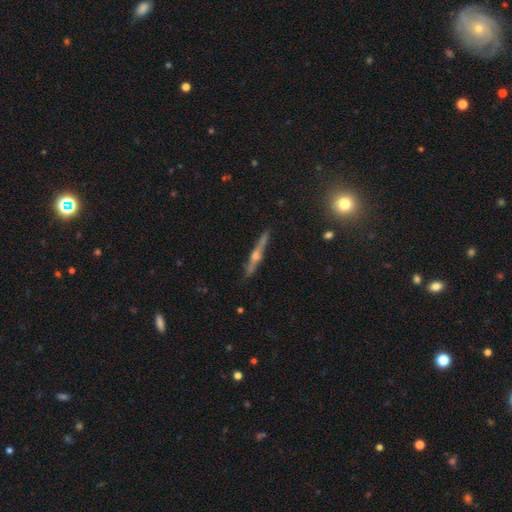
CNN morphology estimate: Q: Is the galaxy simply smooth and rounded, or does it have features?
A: featured or disk — 80%.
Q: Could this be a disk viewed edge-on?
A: yes — 97%.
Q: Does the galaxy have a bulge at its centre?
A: rounded — 91%.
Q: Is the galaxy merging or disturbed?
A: none — 89%.